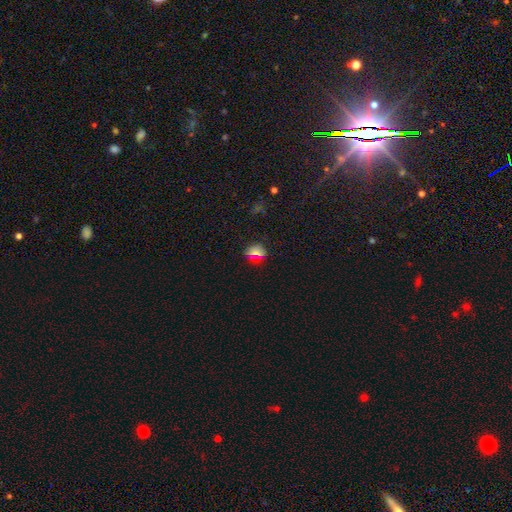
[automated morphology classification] Smooth or featured: smooth — 65% (star or artifact — 27%)
How rounded: round — 78% (in between — 19%)
Merging: none — 88% (minor disturbance — 8%)